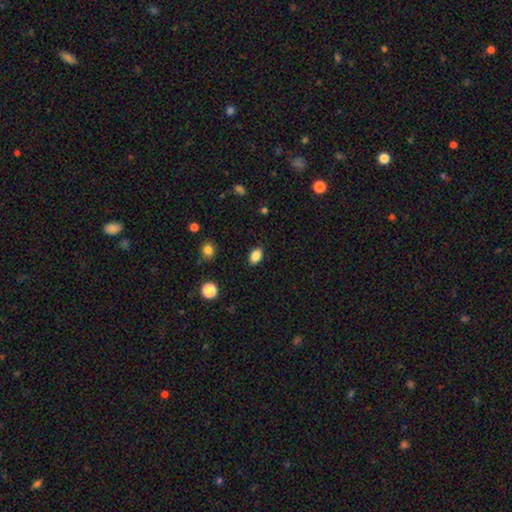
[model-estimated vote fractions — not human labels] This is clearly a smooth galaxy (86%). How rounded: clearly in between (84%). Merging: clearly none (88%).